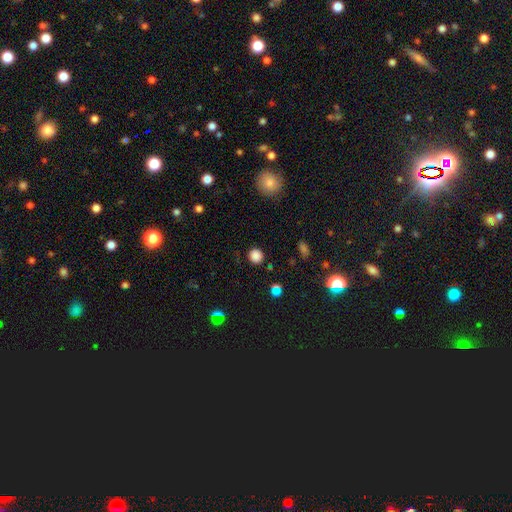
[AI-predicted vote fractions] Smooth or featured? smooth (83%)
How rounded? round (92%)
Merging? none (89%)